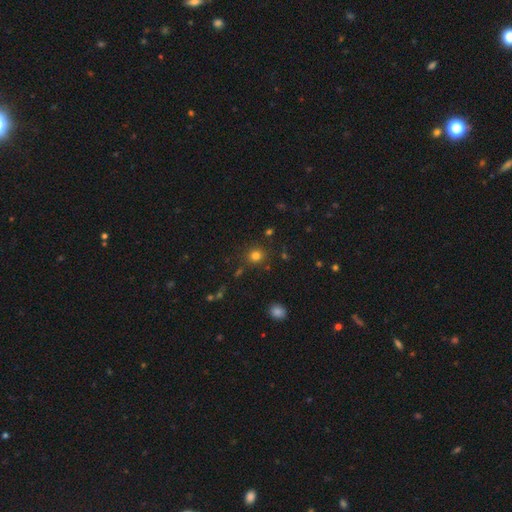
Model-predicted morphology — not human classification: type=smooth (79%); roundness=round (88%); merging=none (86%).